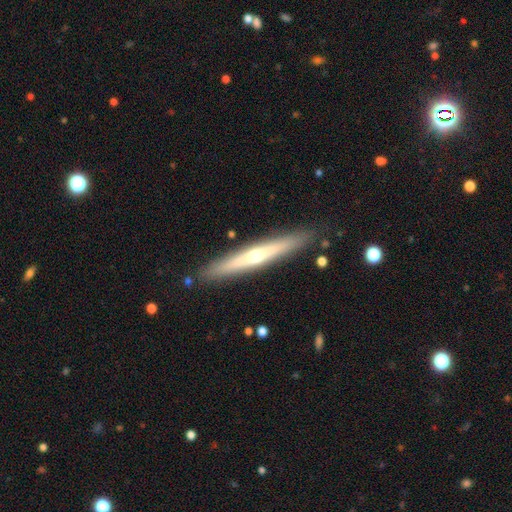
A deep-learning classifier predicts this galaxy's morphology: smooth_or_featured: featured or disk (p=0.58) [alt: smooth p=0.36]
disk_edge_on: yes (p=0.94) [alt: no p=0.06]
edge_on_bulge: rounded (p=0.84) [alt: none p=0.14]
merging: none (p=0.89) [alt: minor disturbance p=0.08]